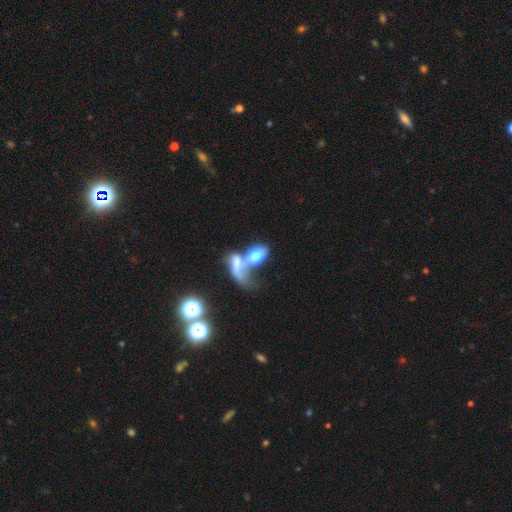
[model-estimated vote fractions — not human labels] smooth-or-featured: smooth: 59% | featured or disk: 32% | star or artifact: 10%
  how-rounded: in between: 85% | round: 10% | cigar-shaped: 5%
  merging: merger: 71% | major disturbance: 15% | none: 9% | minor disturbance: 5%